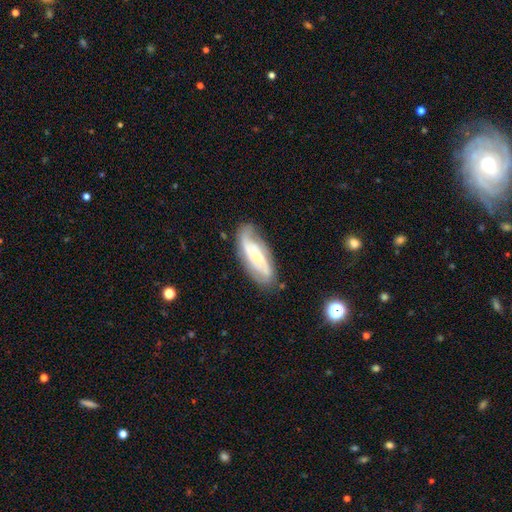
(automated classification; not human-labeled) A featured or disk galaxy (76%) with no bar (48%), 2 (64%) medium (42%) spiral arms (93%) and a small central bulge (56%).

Vote fractions:
- Smooth or featured? featured or disk: 76% / smooth: 18% / star or artifact: 6%
- Edge-on disk? no: 90% / yes: 10%
- Bar? no: 48% / weak: 35% / strong: 17%
- Spiral arms? yes: 93% / no: 7%
- Spiral winding? medium: 42% / tight: 34% / loose: 24%
- Spiral arm count? 2: 64% / can't tell: 18% / 3: 10% / 1: 4% / 4: 3% / more than 4: 2%
- Bulge size? small: 56% / moderate: 33% / none: 5% / large: 5% / dominant: 1%
- Merging? none: 74% / minor disturbance: 18% / major disturbance: 6% / merger: 2%